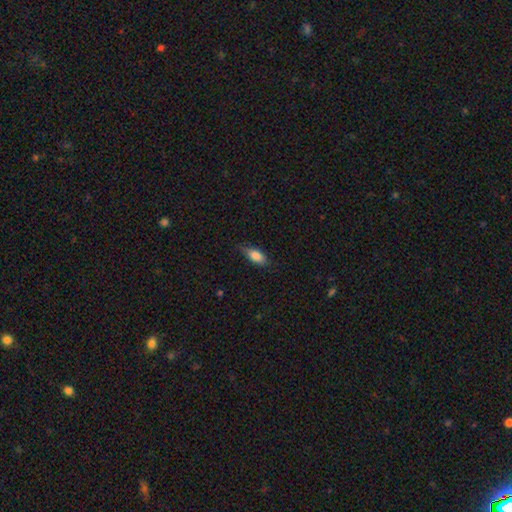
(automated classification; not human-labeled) Overall: smooth (82%). How rounded: in between (81%). Merging: none (72%).